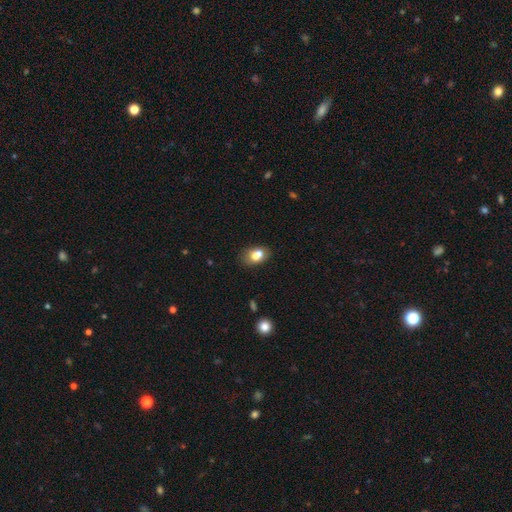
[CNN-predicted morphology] Smooth or featured?
  - smooth: 76% *
  - featured or disk: 14%
  - star or artifact: 10%
How rounded?
  - in between: 79% *
  - round: 20%
  - cigar-shaped: 1%
Merging?
  - none: 54% *
  - merger: 22%
  - minor disturbance: 18%
  - major disturbance: 6%